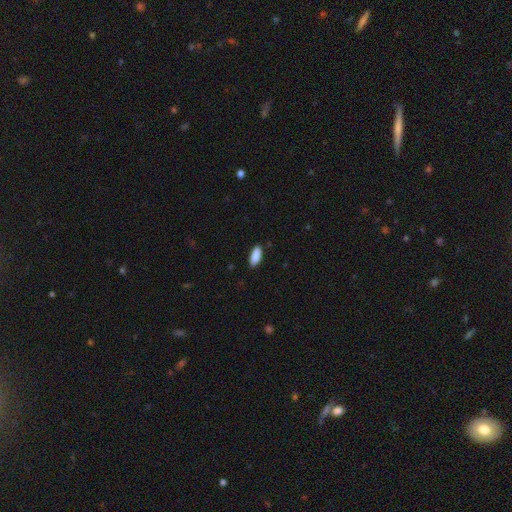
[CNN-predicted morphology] smooth 89%, star or artifact 6%, featured or disk 5%. Down the decision tree: how rounded — in between (77%); merging — none (87%).